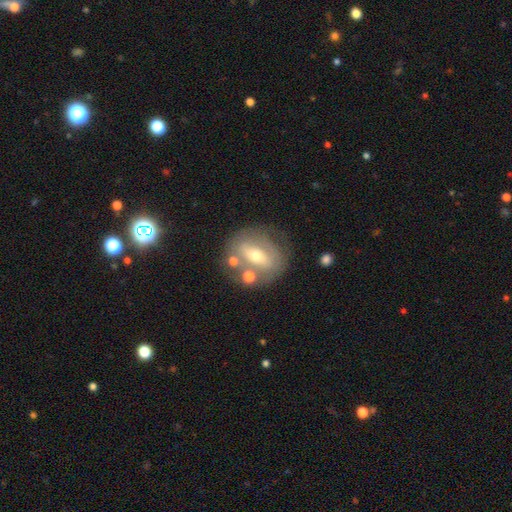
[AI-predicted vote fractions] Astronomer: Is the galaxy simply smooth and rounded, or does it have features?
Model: featured or disk — 61%.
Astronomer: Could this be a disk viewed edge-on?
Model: no — 90%.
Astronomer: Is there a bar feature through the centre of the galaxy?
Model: strong — 37% (runner-up: no, 35%).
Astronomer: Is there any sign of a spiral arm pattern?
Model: no — 71%.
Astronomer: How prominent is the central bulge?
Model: small — 48% (runner-up: moderate, 47%).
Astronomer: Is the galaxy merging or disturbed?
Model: none — 62%.